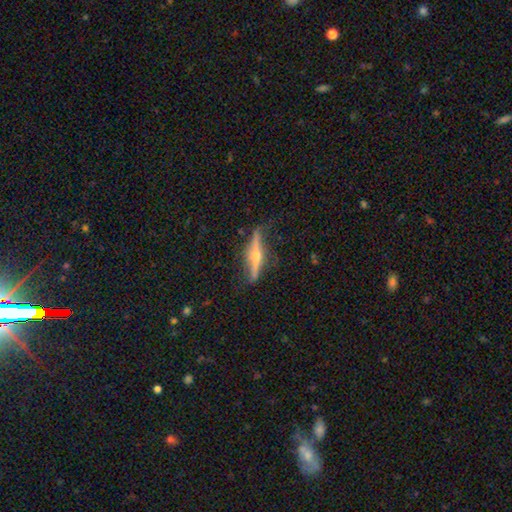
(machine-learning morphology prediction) This appears to be a featured or disk galaxy (77%) viewed edge-on (94%) with a rounded central bulge (92%). Merging: none (76%).